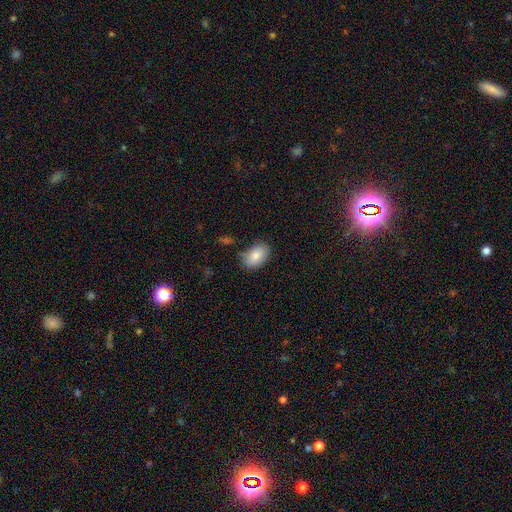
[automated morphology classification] This appears to be a smooth galaxy with no disk features (85%) that is in between round and cigar-shaped (89%). Merging: none (76%).